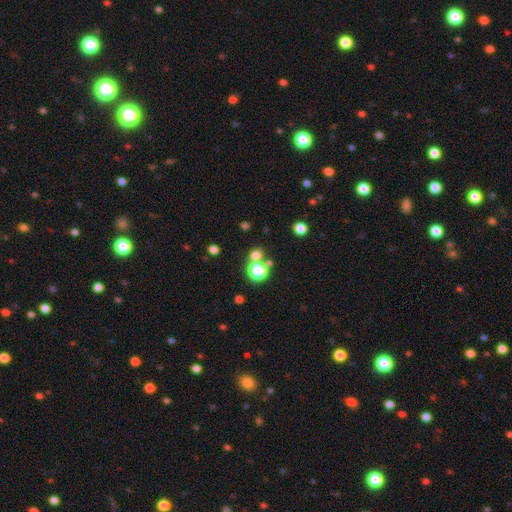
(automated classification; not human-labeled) Smooth or featured? smooth (65%)
How rounded? round (83%)
Merging? none (70%)